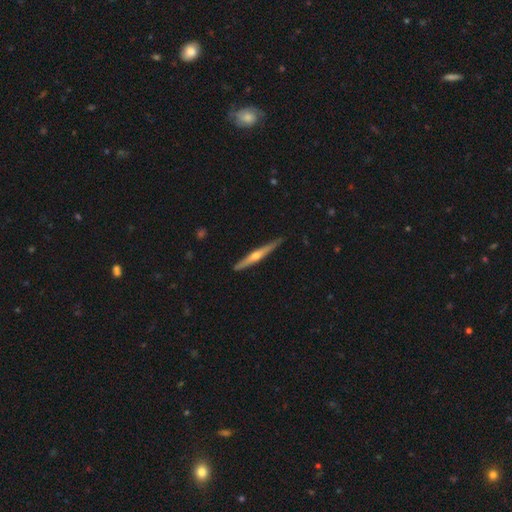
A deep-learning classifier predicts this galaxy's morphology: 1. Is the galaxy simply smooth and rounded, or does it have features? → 71% featured or disk, 23% smooth, 5% star or artifact.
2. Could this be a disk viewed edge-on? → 98% yes, 2% no.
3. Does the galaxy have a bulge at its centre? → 89% rounded, 8% none, 3% boxy.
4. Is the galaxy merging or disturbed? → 88% none, 9% minor disturbance, 1% major disturbance, 1% merger.